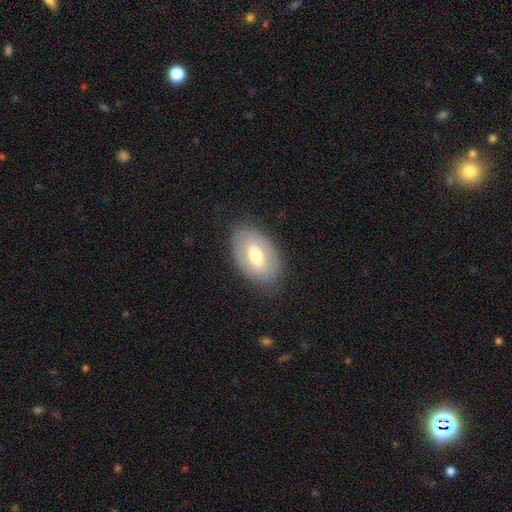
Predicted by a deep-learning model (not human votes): This appears to be a featured or disk galaxy (48%). Merging: none (82%).